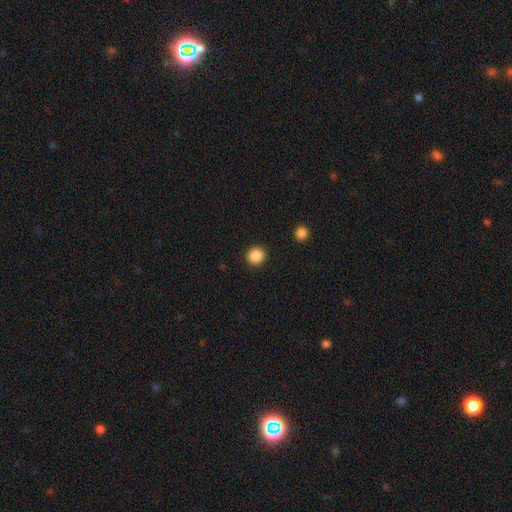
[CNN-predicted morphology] smooth_or_featured: smooth (p=0.88) [alt: star or artifact p=0.09]
how_rounded: round (p=0.93) [alt: in between p=0.06]
merging: none (p=0.92) [alt: minor disturbance p=0.05]